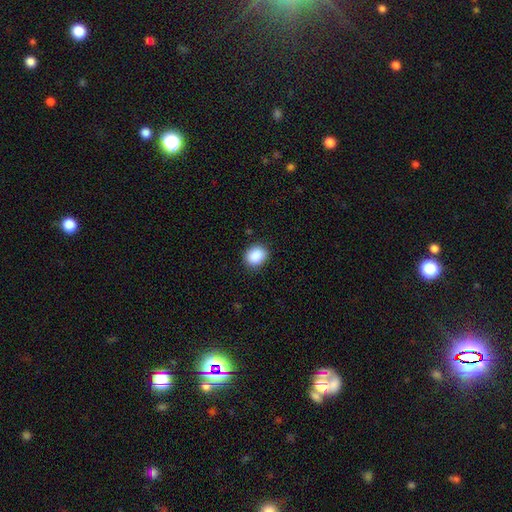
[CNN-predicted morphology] Overall: smooth (89%). How rounded: round (54%; in between 45%). Merging: none (87%).